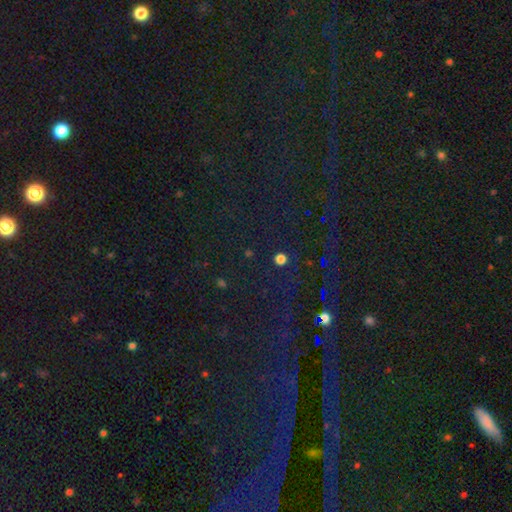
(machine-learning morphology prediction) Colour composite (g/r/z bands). It shows a star or artifact, not a galaxy (82%).